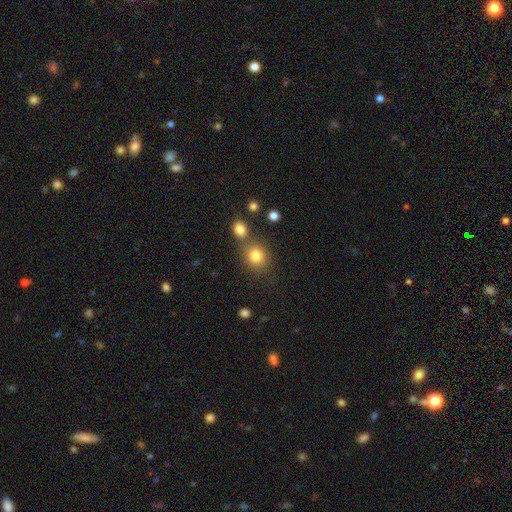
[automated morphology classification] type=smooth (81%); roundness=round (79%); merging=none (64%).